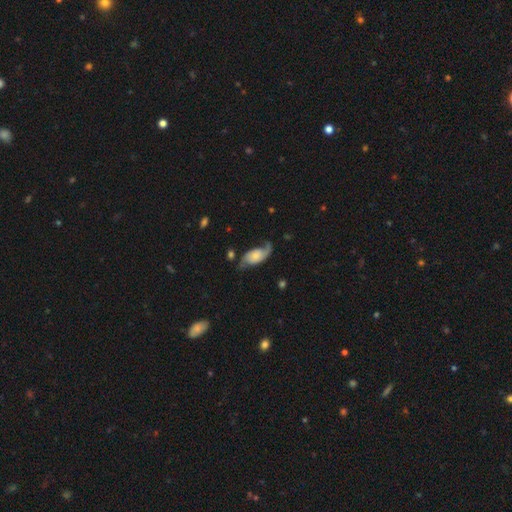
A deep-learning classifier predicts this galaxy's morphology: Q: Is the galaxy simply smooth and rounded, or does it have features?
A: featured or disk — 68%.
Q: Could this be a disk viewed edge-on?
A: no — 94%.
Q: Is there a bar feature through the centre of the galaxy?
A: no — 71%.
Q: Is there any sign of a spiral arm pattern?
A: yes — 93%.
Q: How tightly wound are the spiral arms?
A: loose — 57%.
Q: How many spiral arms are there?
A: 2 — 76%.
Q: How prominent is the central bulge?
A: small — 47%.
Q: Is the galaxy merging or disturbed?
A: none — 55%.